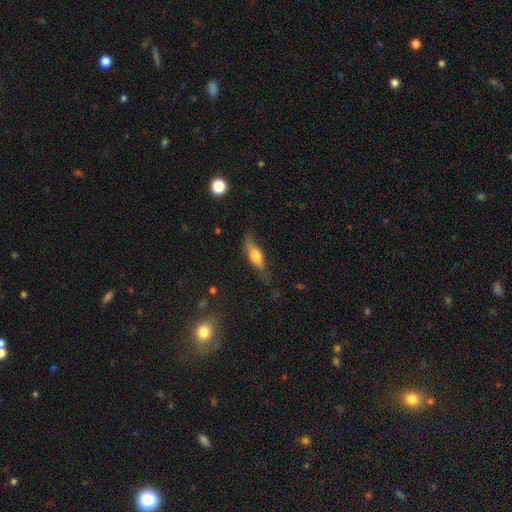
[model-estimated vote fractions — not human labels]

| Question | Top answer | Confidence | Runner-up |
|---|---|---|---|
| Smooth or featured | smooth | 56% | featured or disk (36%) |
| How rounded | in between | 53% | cigar-shaped (44%) |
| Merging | none | 65% | minor disturbance (25%) |